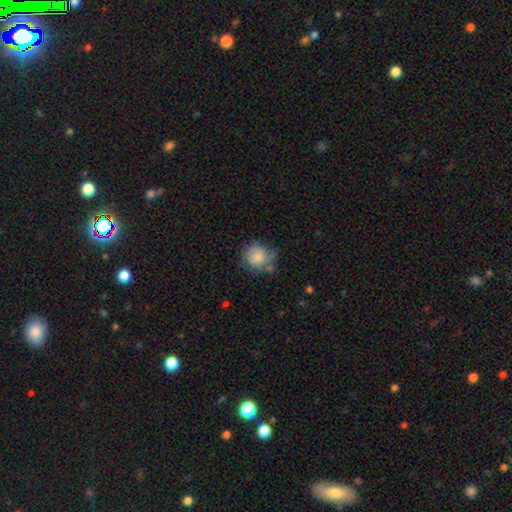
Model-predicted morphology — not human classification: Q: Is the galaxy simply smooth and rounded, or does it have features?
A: smooth — 63%.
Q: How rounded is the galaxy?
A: round — 78%.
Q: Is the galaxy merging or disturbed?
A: none — 52%.